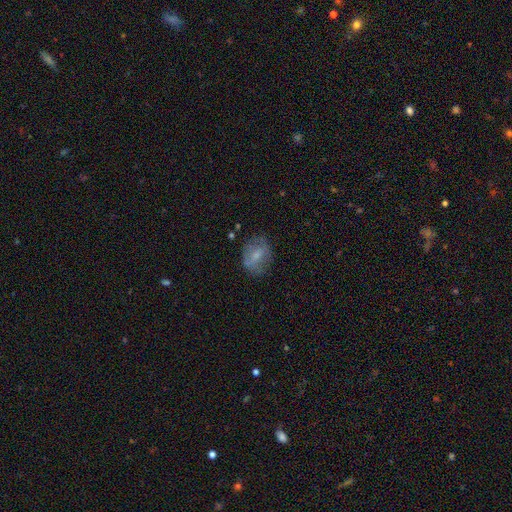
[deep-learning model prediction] smooth 54%, featured or disk 37%, star or artifact 9%. Down the decision tree: how rounded — in between (65%); merging — none (67%).